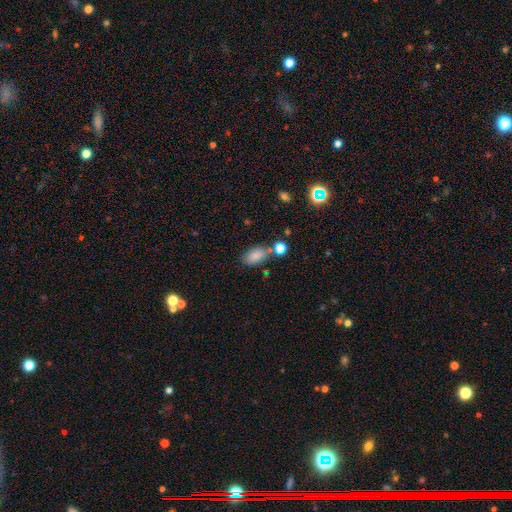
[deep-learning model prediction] Overall: smooth (84%). How rounded: in between (89%). Merging: none (67%).